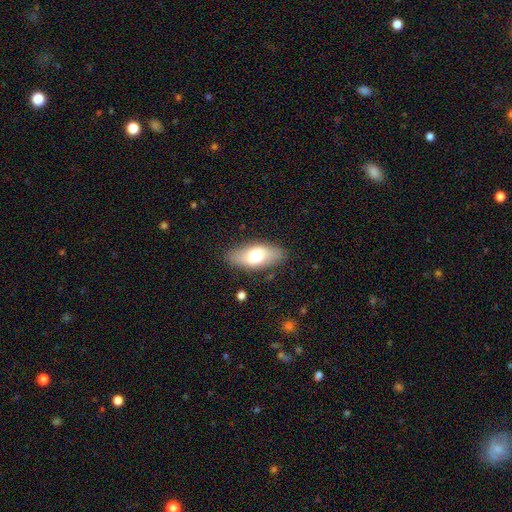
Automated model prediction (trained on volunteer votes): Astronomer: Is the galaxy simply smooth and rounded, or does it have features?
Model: smooth — 66%.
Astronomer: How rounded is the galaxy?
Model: in between — 85%.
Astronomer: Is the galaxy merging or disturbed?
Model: none — 84%.